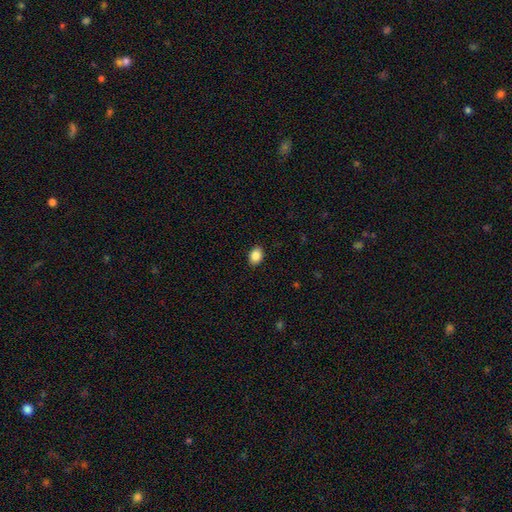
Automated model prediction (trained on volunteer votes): The model was most divided on "how rounded": in between: 70%, round: 29%, cigar-shaped: 1%. More confident: merging — none (89%); smooth or featured — smooth (87%).